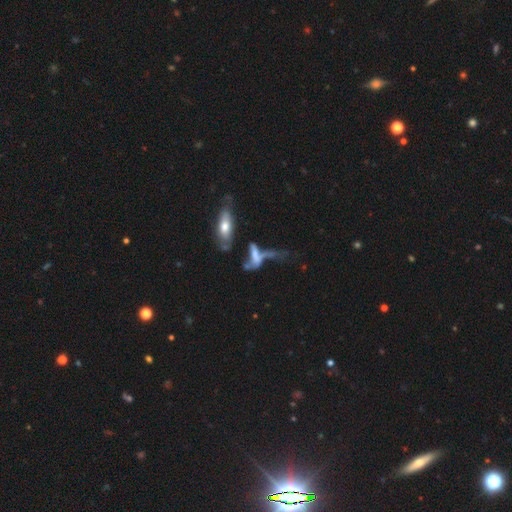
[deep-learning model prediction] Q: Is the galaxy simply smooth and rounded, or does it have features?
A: featured or disk — 50%.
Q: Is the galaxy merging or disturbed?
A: merger — 40%.